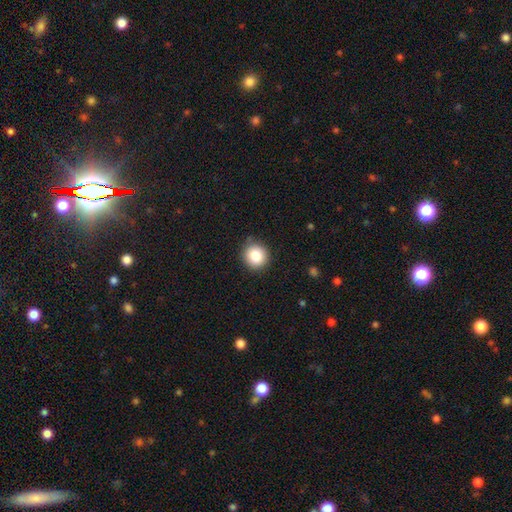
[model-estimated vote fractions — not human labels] Smooth or featured?
  - smooth: 86% *
  - star or artifact: 9%
  - featured or disk: 5%
How rounded?
  - round: 90% *
  - in between: 9%
  - cigar-shaped: 1%
Merging?
  - none: 88% *
  - minor disturbance: 9%
  - major disturbance: 2%
  - merger: 1%